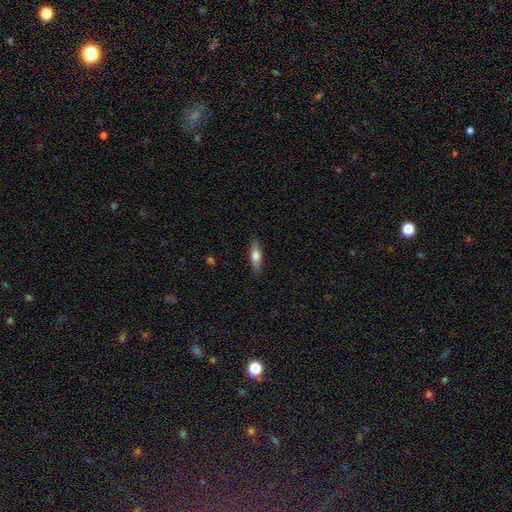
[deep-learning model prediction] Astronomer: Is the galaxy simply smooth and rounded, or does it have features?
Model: smooth — 65%.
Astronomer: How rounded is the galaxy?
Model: cigar-shaped — 56% (runner-up: in between, 42%).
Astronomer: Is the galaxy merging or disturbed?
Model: none — 87%.